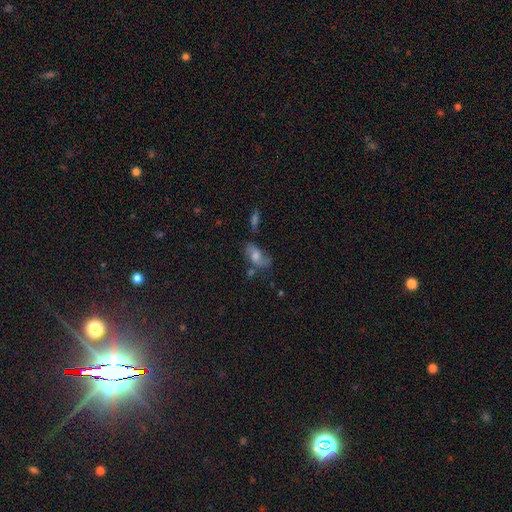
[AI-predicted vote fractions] The model was most divided on "smooth or featured": smooth: 51%, featured or disk: 36%, star or artifact: 14%. Remaining: how rounded — in between (85%); merging — none (47%).